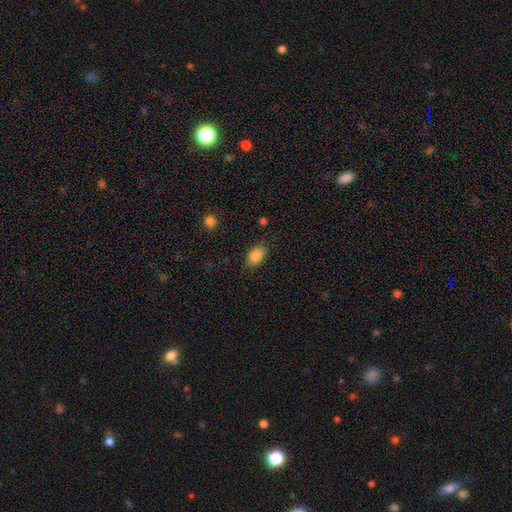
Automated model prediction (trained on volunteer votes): A smooth galaxy with no disk features (88%) that is in between round and cigar-shaped (89%).

Vote fractions:
- Smooth or featured? smooth: 88% / star or artifact: 8% / featured or disk: 4%
- How rounded? in between: 89% / round: 9% / cigar-shaped: 2%
- Merging? none: 82% / minor disturbance: 13% / major disturbance: 4% / merger: 1%